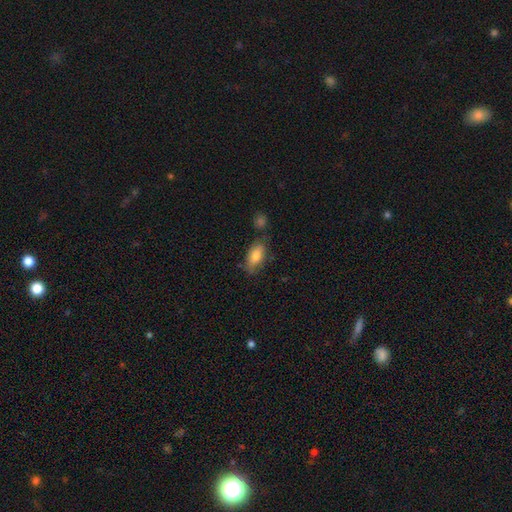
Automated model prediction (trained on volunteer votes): smooth 79%, featured or disk 14%, star or artifact 7%. Down the decision tree: how rounded — in between (89%); merging — none (66%).